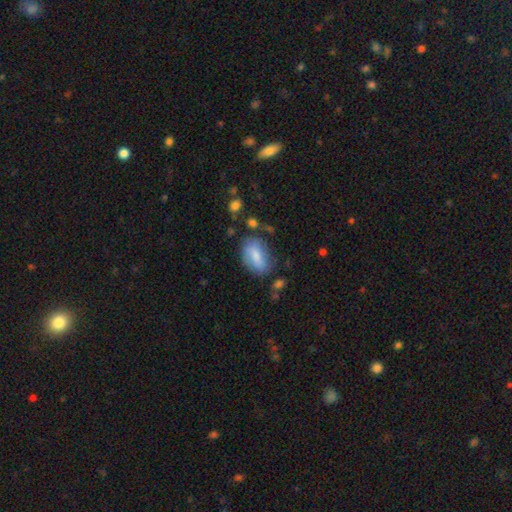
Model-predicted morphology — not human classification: smooth_or_featured: smooth (p=0.74) [alt: featured or disk p=0.19]
how_rounded: in between (p=0.87) [alt: round p=0.09]
merging: none (p=0.63) [alt: minor disturbance p=0.24]